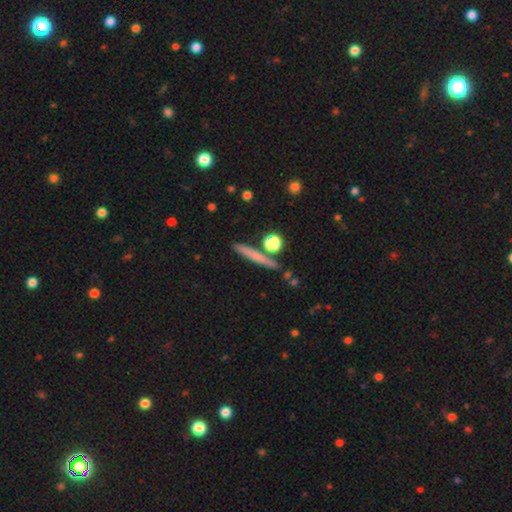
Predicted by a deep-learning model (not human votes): smooth 62%, featured or disk 29%, star or artifact 9%. Down the decision tree: how rounded — cigar-shaped (89%); merging — none (82%).